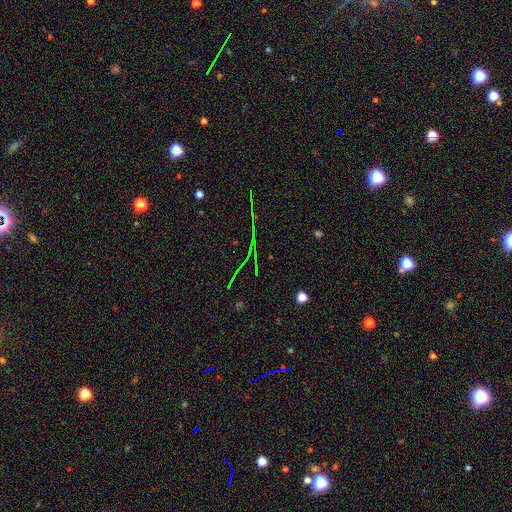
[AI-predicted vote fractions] Q: Smooth or featured?
A: star or artifact (78%); runner-up: smooth (13%)